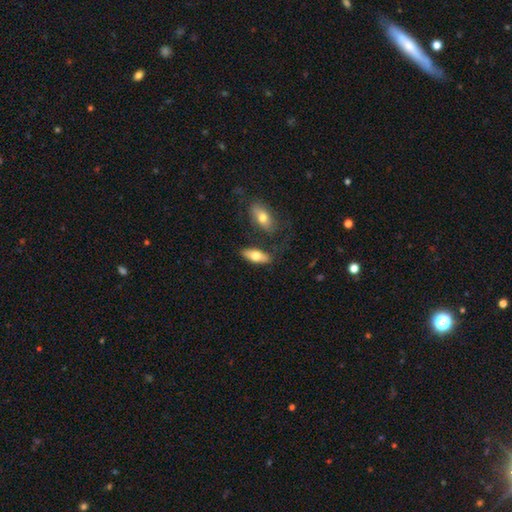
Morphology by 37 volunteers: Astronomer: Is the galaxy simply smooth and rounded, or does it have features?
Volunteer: smooth — 78%.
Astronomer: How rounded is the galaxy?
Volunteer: in between — 93%.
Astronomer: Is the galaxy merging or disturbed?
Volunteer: none — 66%.